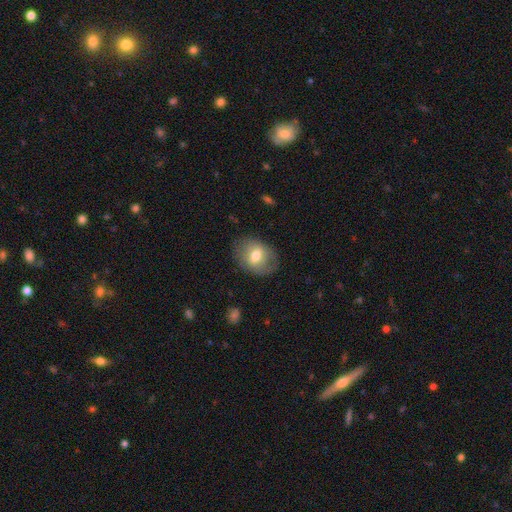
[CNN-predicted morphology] Overall: smooth (59%; featured or disk 33%). How rounded: in between (63%; round 36%). Merging: none (78%).